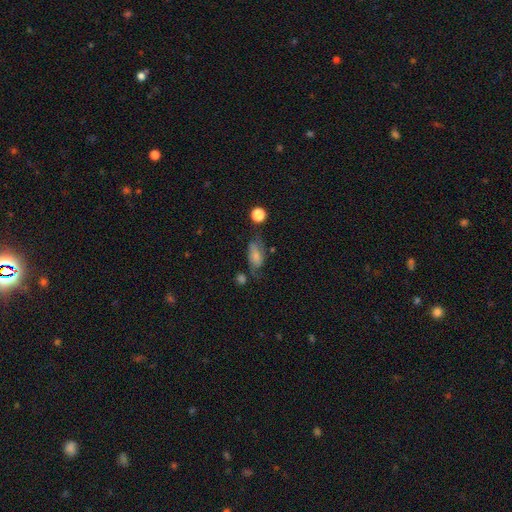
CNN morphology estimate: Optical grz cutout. It shows a smooth galaxy with no disk features (65%) that is in between round and cigar-shaped (86%). Merging: none (47%).